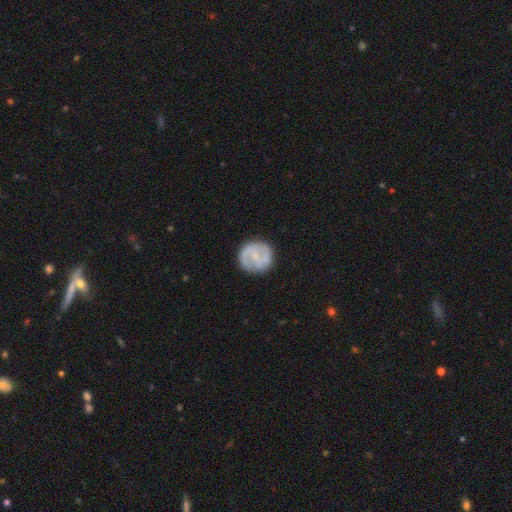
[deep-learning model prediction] smooth_or_featured: featured or disk (p=0.56) [alt: smooth p=0.38]
disk_edge_on: no (p=0.97) [alt: yes p=0.03]
bar: no (p=0.53) [alt: weak p=0.37]
has_spiral_arms: yes (p=0.69) [alt: no p=0.31]
bulge_size: small (p=0.65) [alt: moderate p=0.22]
merging: none (p=0.80) [alt: minor disturbance p=0.14]